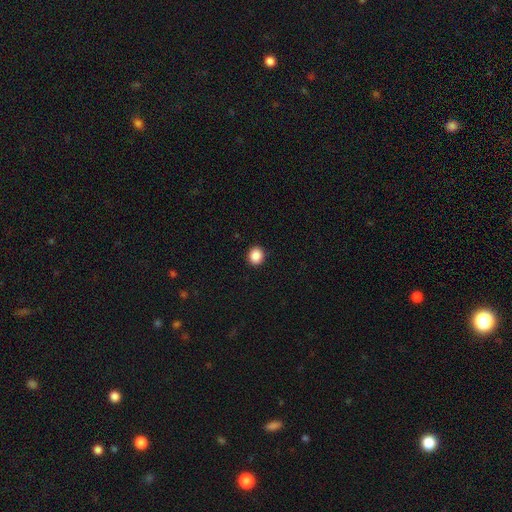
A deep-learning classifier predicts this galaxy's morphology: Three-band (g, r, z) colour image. It shows a smooth galaxy with no disk features (88%) that is round (82%). Merging: none (92%).